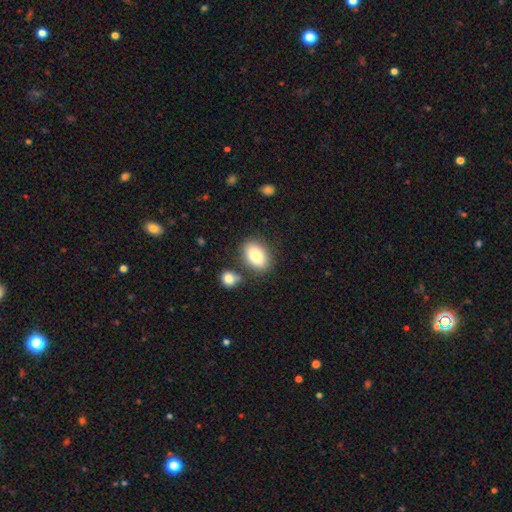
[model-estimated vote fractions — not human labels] smooth-or-featured: smooth: 83% | featured or disk: 10% | star or artifact: 7%
  how-rounded: in between: 86% | round: 12% | cigar-shaped: 1%
  merging: none: 74% | merger: 11% | minor disturbance: 11% | major disturbance: 3%